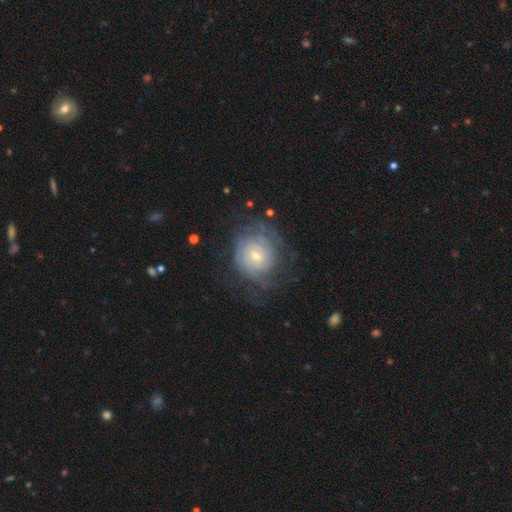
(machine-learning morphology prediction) Overall: featured or disk (77%). Edge-on disk: no (97%). Bar: no (60%; weak 34%). Spiral arms: yes (90%). Spiral arm count: can't tell (54%; 2 15%). Spiral winding: tight (70%). Bulge size: small (61%; moderate 34%). Merging: none (63%).